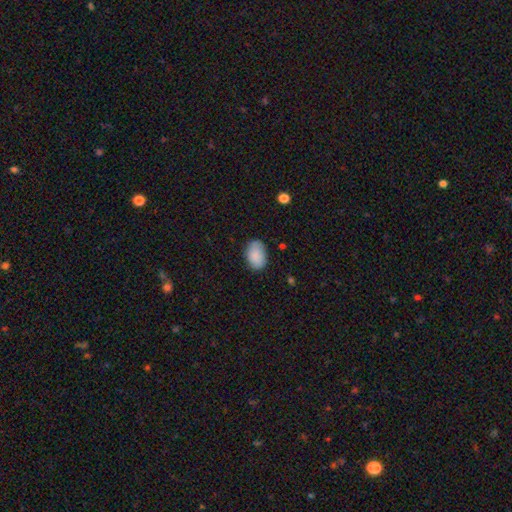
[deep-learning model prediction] Morphology: type=smooth (88%); roundness=in between (87%); merging=none (77%).